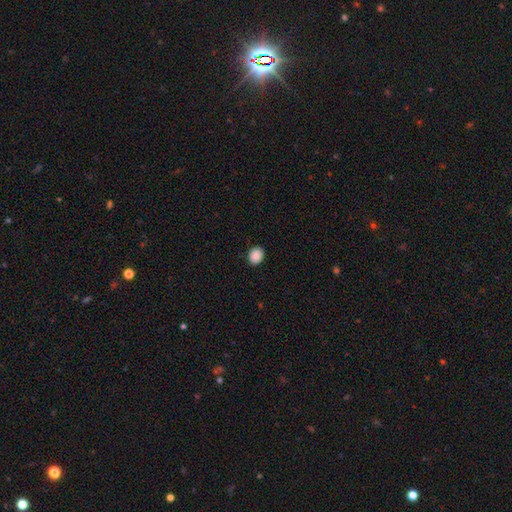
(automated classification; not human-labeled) Smooth or featured? Predicted: smooth (p=0.89). How rounded? Predicted: round (p=0.54). Merging? Predicted: none (p=0.91).